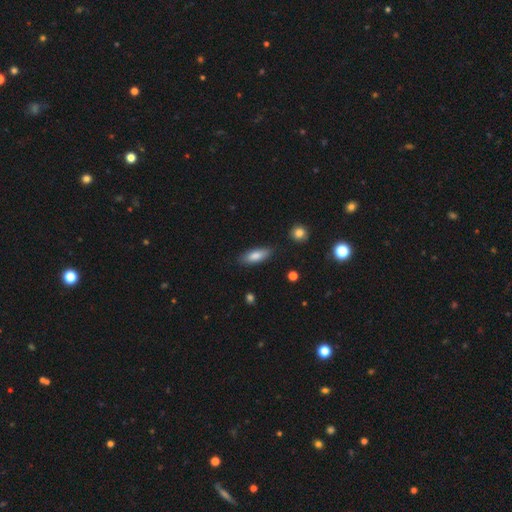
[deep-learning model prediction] Smooth or featured?
  - smooth: 82% *
  - featured or disk: 12%
  - star or artifact: 7%
How rounded?
  - in between: 69% *
  - cigar-shaped: 29%
  - round: 2%
Merging?
  - none: 82% *
  - minor disturbance: 13%
  - major disturbance: 3%
  - merger: 2%